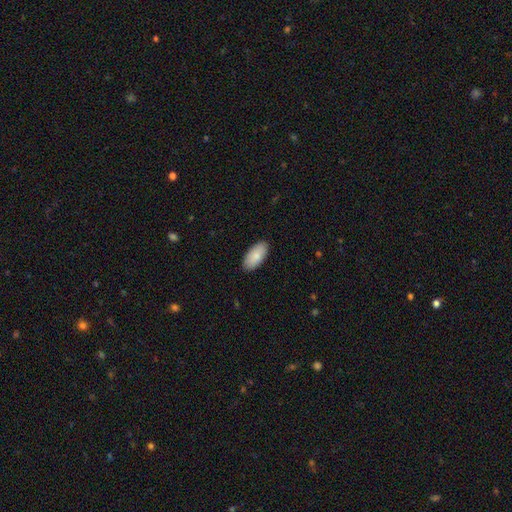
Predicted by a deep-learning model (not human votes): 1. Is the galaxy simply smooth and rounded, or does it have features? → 86% smooth, 9% featured or disk, 6% star or artifact.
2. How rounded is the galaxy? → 94% in between, 4% cigar-shaped, 2% round.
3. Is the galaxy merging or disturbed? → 89% none, 8% minor disturbance, 2% major disturbance, 1% merger.